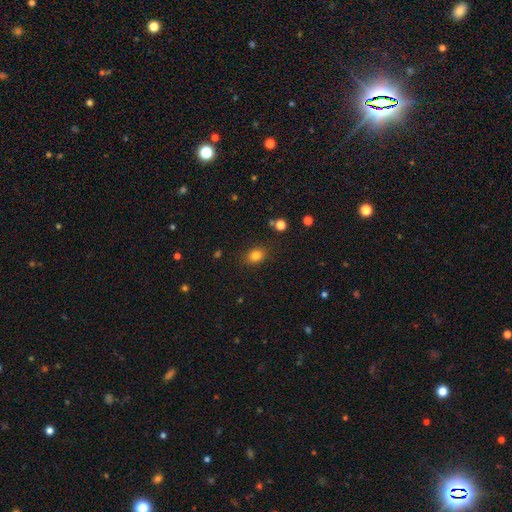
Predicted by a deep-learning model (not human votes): smooth_or_featured: smooth (p=0.81) [alt: star or artifact p=0.12]
how_rounded: in between (p=0.56) [alt: round p=0.43]
merging: none (p=0.85) [alt: minor disturbance p=0.10]